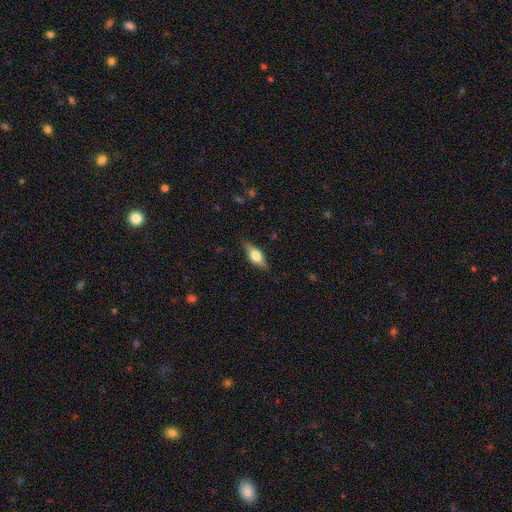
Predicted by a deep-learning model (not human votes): Morphology: type=smooth (52%); roundness=in between (69%); merging=none (82%).